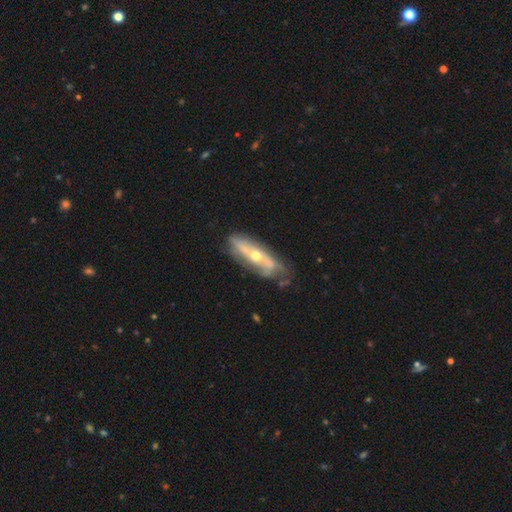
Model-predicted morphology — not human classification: A featured or disk galaxy (67%).

Vote fractions:
- Smooth or featured? featured or disk: 67% / smooth: 23% / star or artifact: 10%
- Edge-on disk? no: 64% / yes: 36%
- Merging? none: 64% / minor disturbance: 22% / major disturbance: 9% / merger: 5%